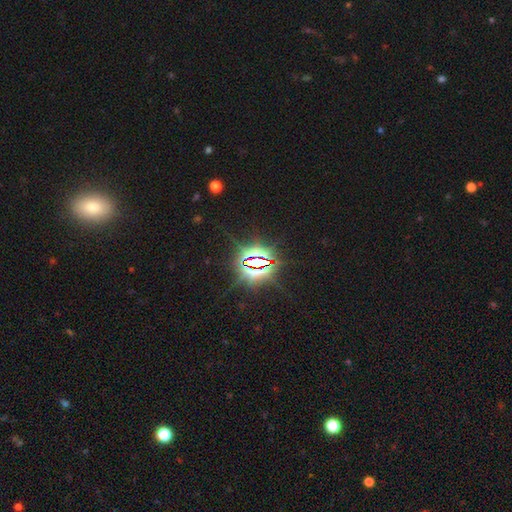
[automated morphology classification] smooth_or_featured: star or artifact (p=0.82) [alt: smooth p=0.11]